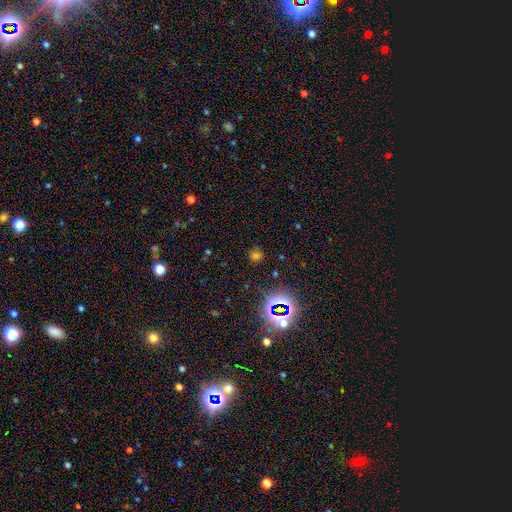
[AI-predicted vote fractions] Overall: smooth (51%; star or artifact 42%). How rounded: round (73%). Merging: none (79%).